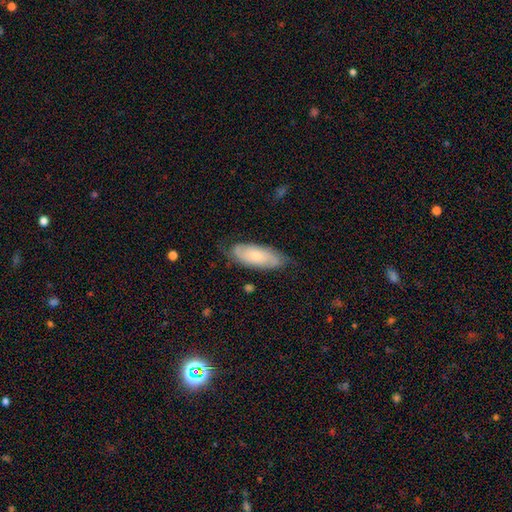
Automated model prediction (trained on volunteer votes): This appears to be a featured or disk galaxy (51%). Merging: none (71%).